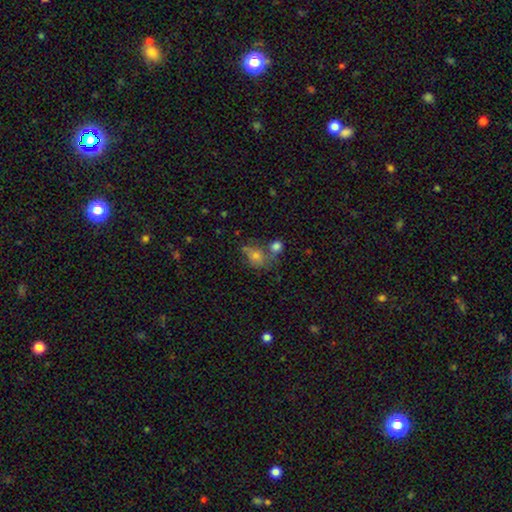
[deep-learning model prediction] Smooth or featured: smooth — 65% (featured or disk — 19%)
How rounded: in between — 56% (round — 42%)
Merging: none — 39% (merger — 31%)